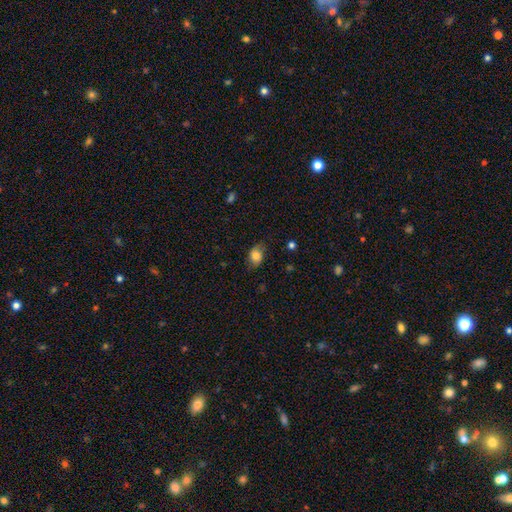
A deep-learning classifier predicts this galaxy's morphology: Smooth or featured?
  - smooth: 77% *
  - featured or disk: 14%
  - star or artifact: 9%
How rounded?
  - in between: 74% *
  - round: 25%
  - cigar-shaped: 2%
Merging?
  - none: 70% *
  - minor disturbance: 23%
  - major disturbance: 6%
  - merger: 1%